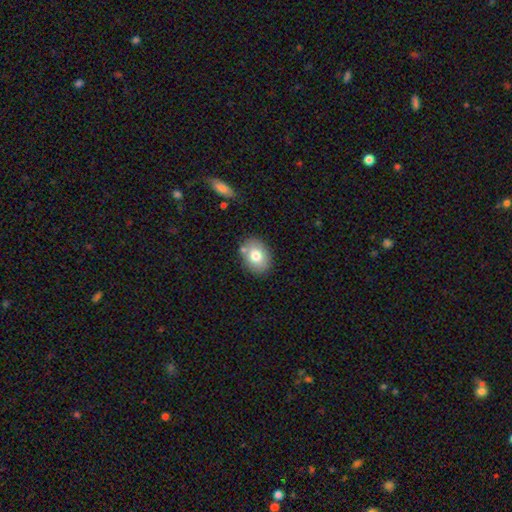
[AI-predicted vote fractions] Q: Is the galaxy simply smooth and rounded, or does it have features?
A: smooth — 76%.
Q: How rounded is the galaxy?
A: in between — 63%.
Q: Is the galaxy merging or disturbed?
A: none — 79%.